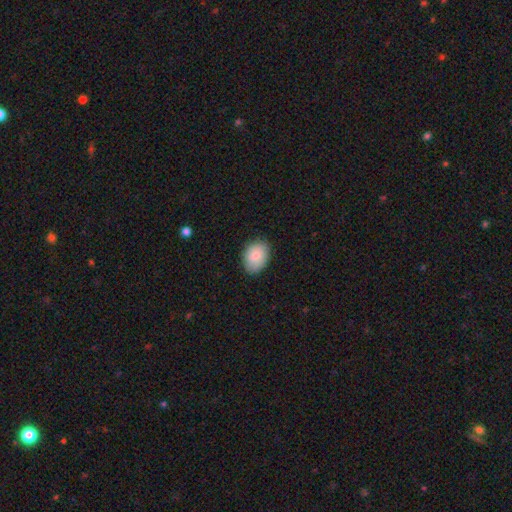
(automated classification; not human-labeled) smooth 84%, featured or disk 10%, star or artifact 6%. Down the decision tree: how rounded — in between (70%); merging — none (83%).